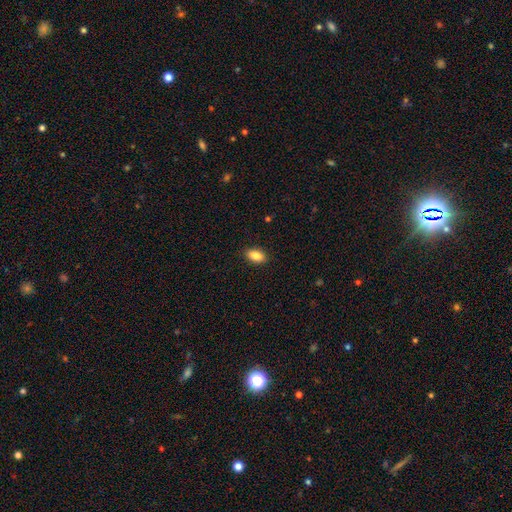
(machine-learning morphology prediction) type=smooth (86%); roundness=in between (90%); merging=none (90%).